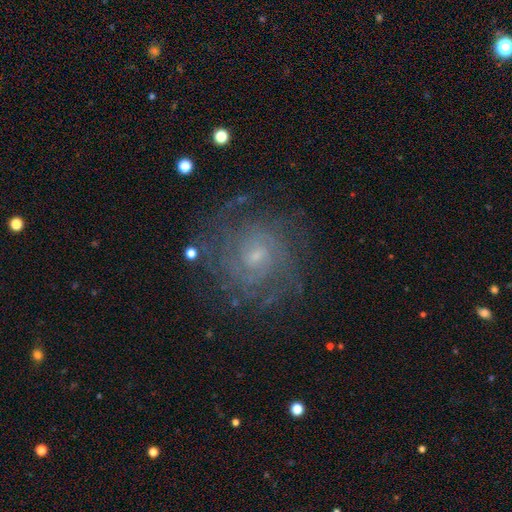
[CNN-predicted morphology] The model was most divided on "spiral arm count": can't tell: 40%, 2: 20%, 3: 15%, 4: 12%, more than 4: 7%, 1: 6%. More confident: edge-on disk — no (97%); spiral arms — yes (95%); smooth or featured — featured or disk (80%); merging — none (78%); spiral winding — tight (67%); bulge size — small (66%); bar — no (58%).